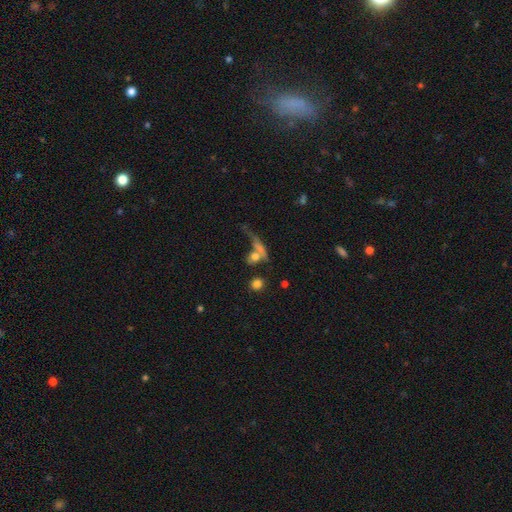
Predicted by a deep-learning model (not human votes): This is likely a smooth galaxy (64%). How rounded: marginally round (41%). Merging: marginally none (39%).